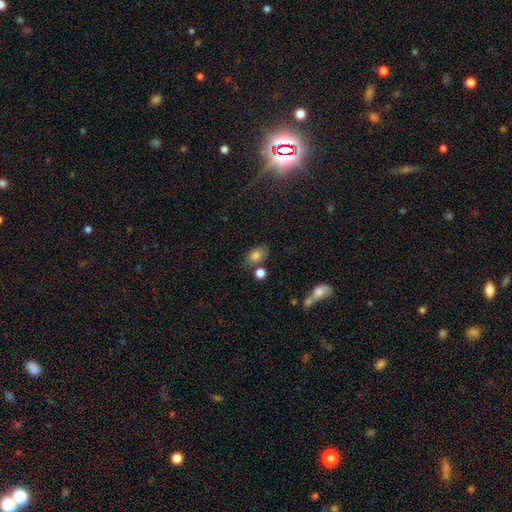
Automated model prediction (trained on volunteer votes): This is likely a smooth galaxy (79%). How rounded: likely in between (80%). Merging: possibly none (59%).